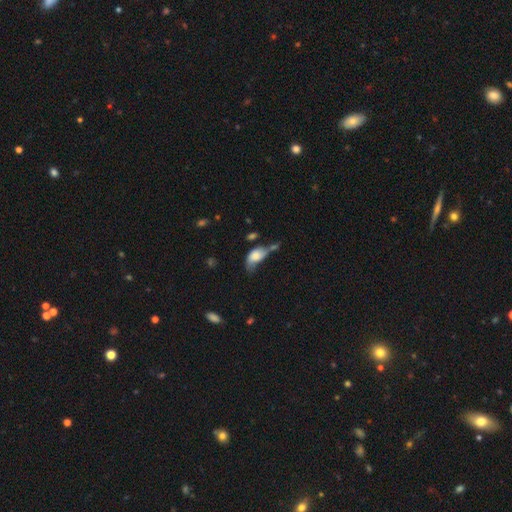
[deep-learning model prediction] This appears to be a smooth galaxy with no disk features (67%) that is in between round and cigar-shaped (89%). Merging: major disturbance (31%).